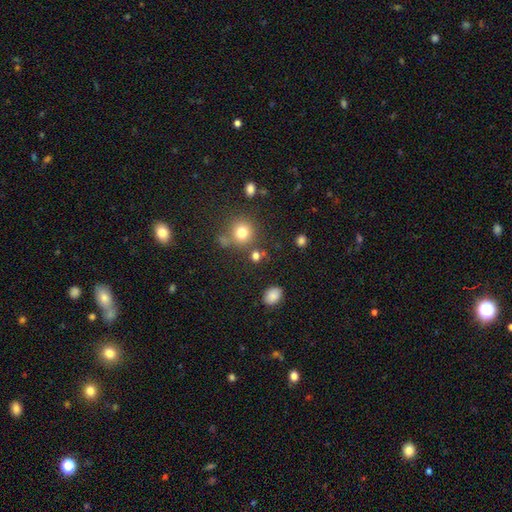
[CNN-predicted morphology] type=smooth (76%); roundness=round (82%); merging=none (73%).